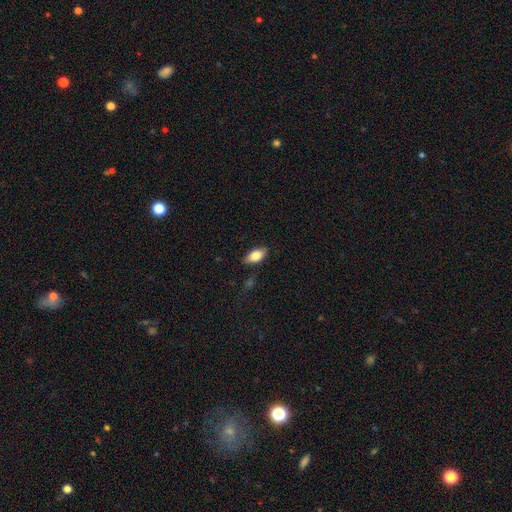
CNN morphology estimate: type=smooth (80%); roundness=in between (89%); merging=none (79%).